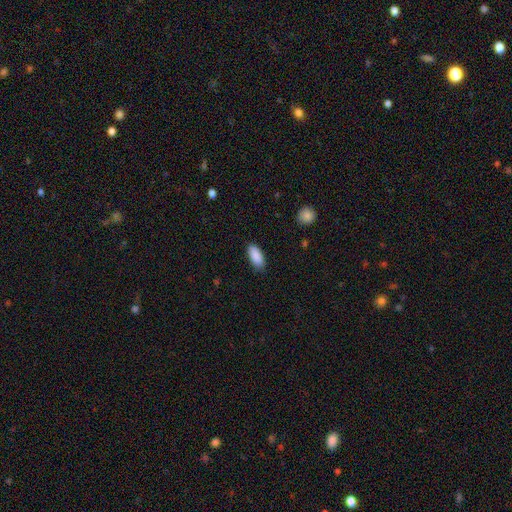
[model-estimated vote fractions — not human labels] The model was most divided on "merging": none: 86%, minor disturbance: 11%, major disturbance: 2%, merger: 1%. More confident: smooth or featured — smooth (90%); how rounded — in between (88%).